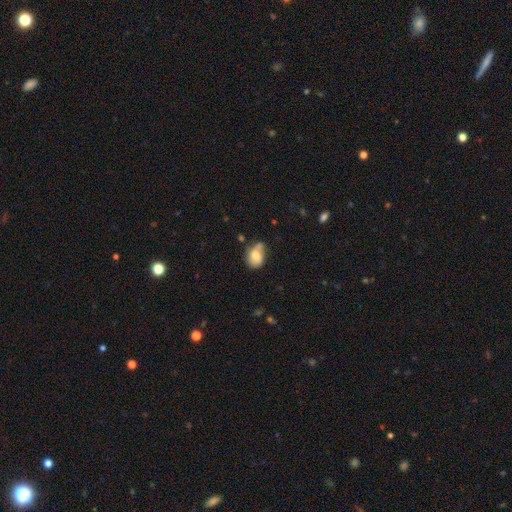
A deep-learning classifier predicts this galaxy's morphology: This appears to be a smooth galaxy with no disk features (69%) that is in between round and cigar-shaped (63%). Merging: none (40%).